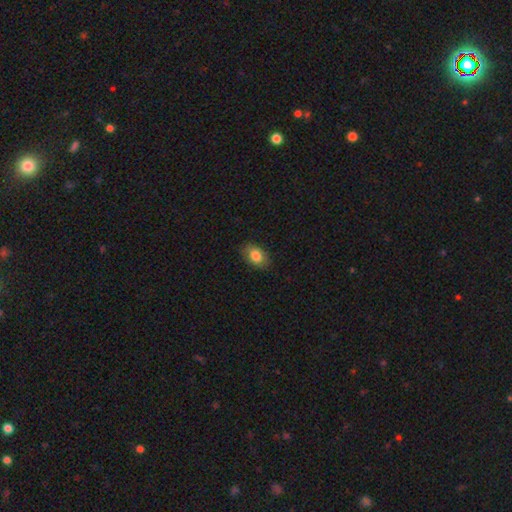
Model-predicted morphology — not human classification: smooth-or-featured: smooth: 81% | featured or disk: 12% | star or artifact: 7%
  how-rounded: in between: 85% | round: 14% | cigar-shaped: 1%
  merging: none: 82% | minor disturbance: 14% | major disturbance: 3% | merger: 1%